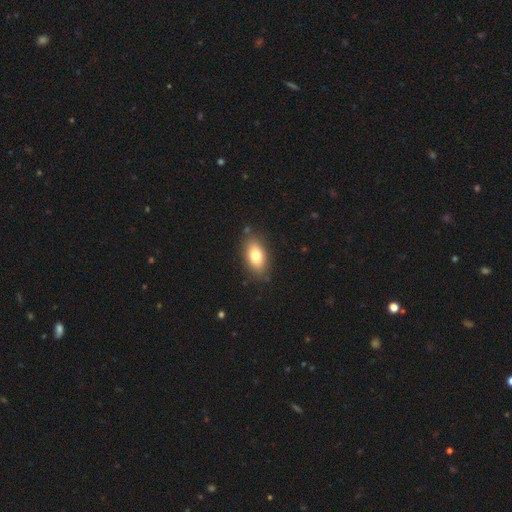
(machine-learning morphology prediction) A smooth galaxy with no disk features (75%) that is in between round and cigar-shaped (88%). Merging: none (83%).